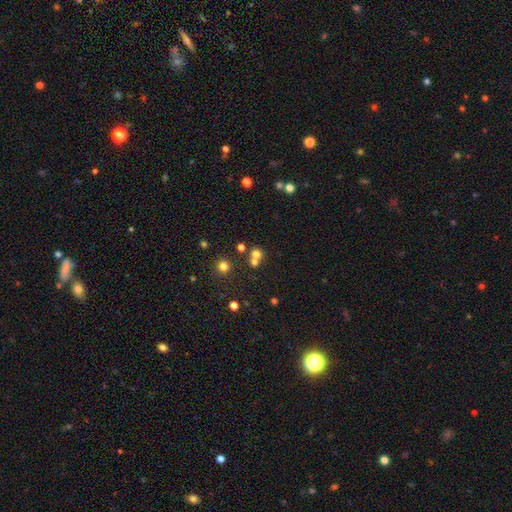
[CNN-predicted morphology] type=smooth (68%); roundness=round (82%); merging=merger (47%).